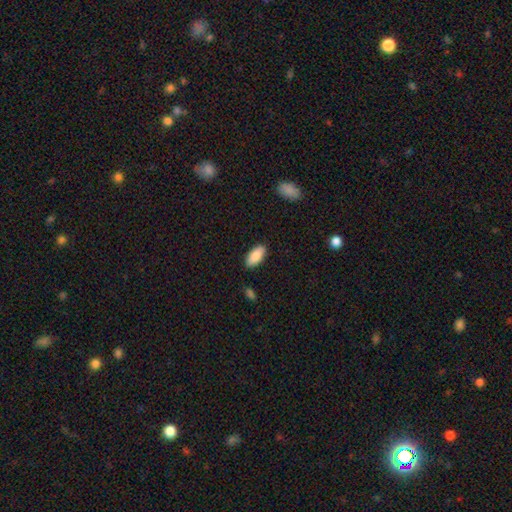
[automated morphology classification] Smooth or featured? Predicted: smooth (p=0.87). How rounded? Predicted: in between (p=0.91). Merging? Predicted: none (p=0.87).